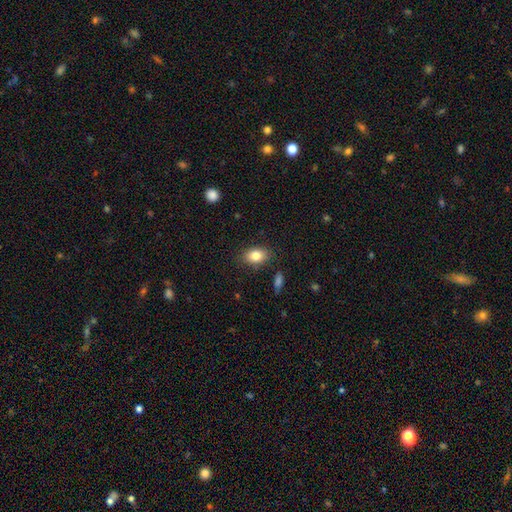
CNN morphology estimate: A smooth galaxy with no disk features (83%) that is in between round and cigar-shaped (83%). Merging: none (84%).